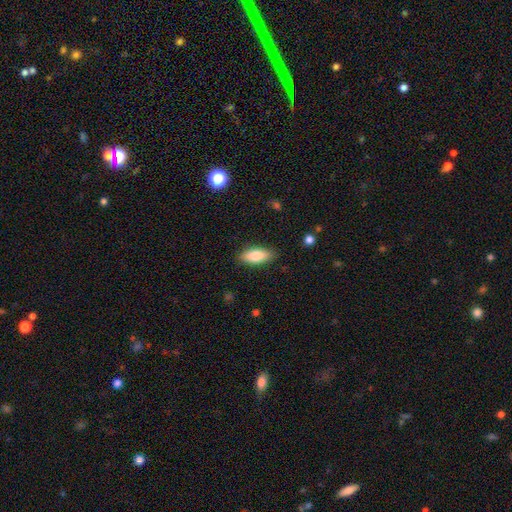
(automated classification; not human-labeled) Smooth or featured?
  - smooth: 82% *
  - featured or disk: 12%
  - star or artifact: 6%
How rounded?
  - in between: 77% *
  - cigar-shaped: 20%
  - round: 2%
Merging?
  - none: 85% *
  - minor disturbance: 11%
  - major disturbance: 3%
  - merger: 1%